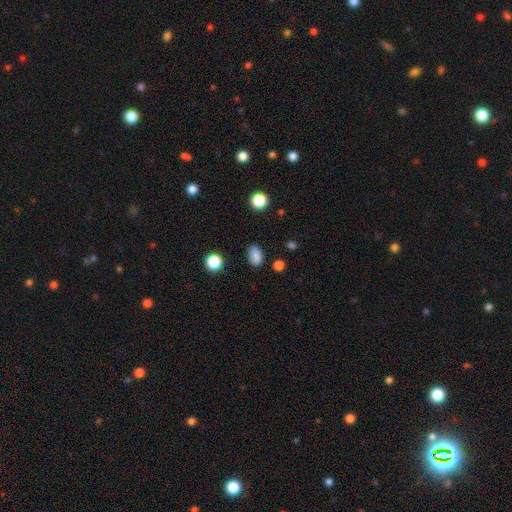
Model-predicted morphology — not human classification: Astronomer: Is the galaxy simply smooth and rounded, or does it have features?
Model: smooth — 84%.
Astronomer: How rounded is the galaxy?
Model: in between — 83%.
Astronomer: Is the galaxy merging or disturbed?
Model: none — 75%.